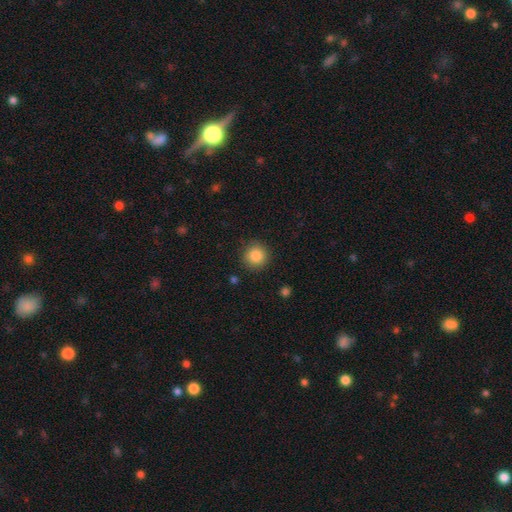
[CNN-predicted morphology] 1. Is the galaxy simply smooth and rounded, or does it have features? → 87% smooth, 9% star or artifact, 4% featured or disk.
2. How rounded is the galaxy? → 93% round, 6% in between, 1% cigar-shaped.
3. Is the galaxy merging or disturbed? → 88% none, 8% minor disturbance, 3% major disturbance, 1% merger.